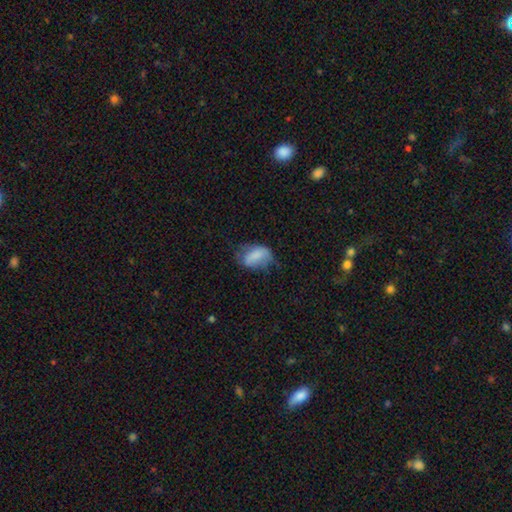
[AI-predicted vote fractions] Smooth or featured? smooth (73%)
How rounded? in between (88%)
Merging? none (42%)